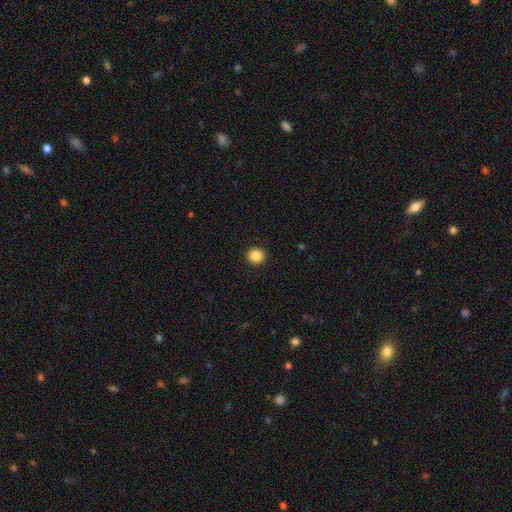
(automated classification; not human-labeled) smooth_or_featured: smooth (p=0.87) [alt: star or artifact p=0.10]
how_rounded: round (p=0.94) [alt: in between p=0.05]
merging: none (p=0.93) [alt: minor disturbance p=0.04]